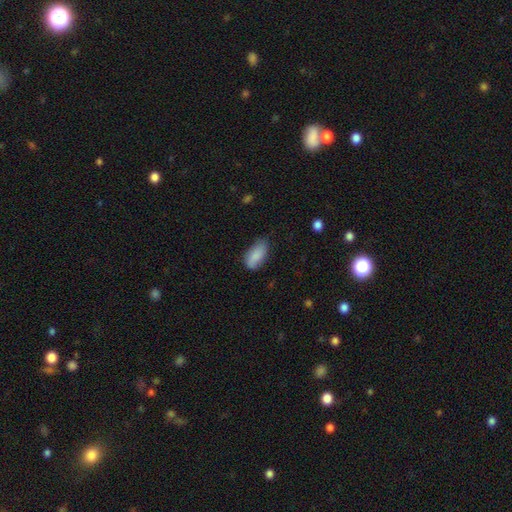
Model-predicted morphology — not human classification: A smooth galaxy with no disk features (85%) that is in between round and cigar-shaped (90%).

Vote fractions:
- Smooth or featured? smooth: 85% / featured or disk: 8% / star or artifact: 6%
- How rounded? in between: 90% / cigar-shaped: 7% / round: 3%
- Merging? none: 68% / minor disturbance: 26% / major disturbance: 5% / merger: 2%